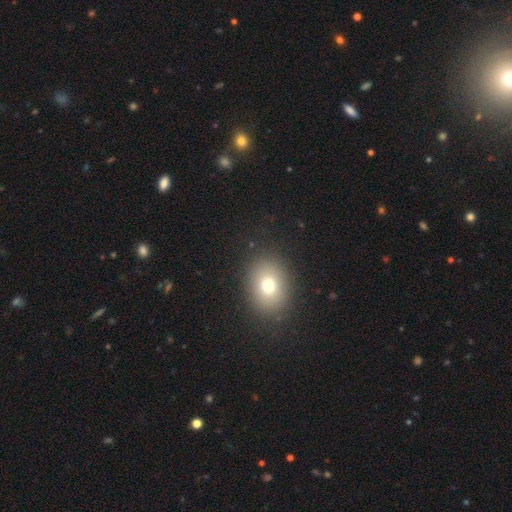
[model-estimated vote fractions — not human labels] smooth 71%, star or artifact 20%, featured or disk 8%. Down the decision tree: how rounded — in between (59%); merging — none (90%).